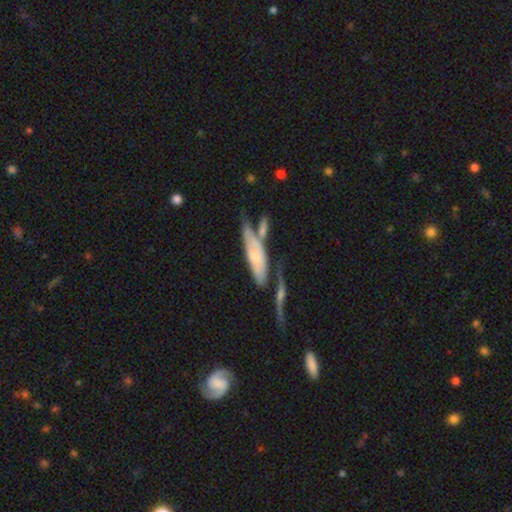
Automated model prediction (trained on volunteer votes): featured or disk 49%, smooth 44%, star or artifact 7%. Down the decision tree: merging — none (35%).